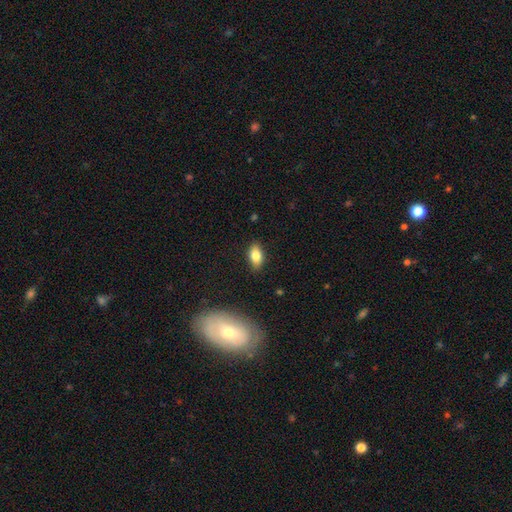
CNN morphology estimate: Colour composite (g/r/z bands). It shows a smooth galaxy with no disk features (79%) that is in between round and cigar-shaped (88%). Merging: none (86%).